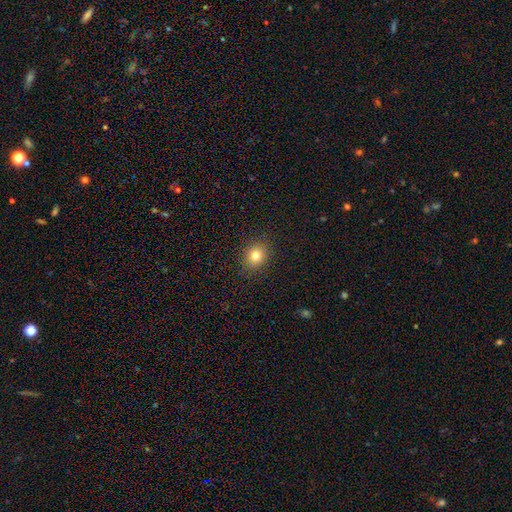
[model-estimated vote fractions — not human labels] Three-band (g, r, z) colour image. It shows a smooth galaxy with no disk features (79%) that is round (67%). Merging: none (90%).